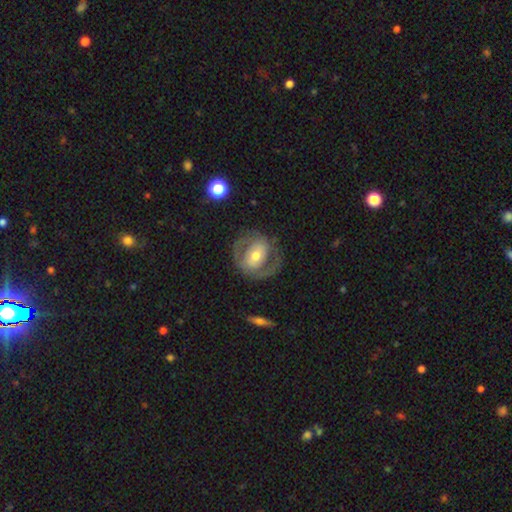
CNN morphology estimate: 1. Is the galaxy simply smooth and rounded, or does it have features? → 71% featured or disk, 23% smooth, 5% star or artifact.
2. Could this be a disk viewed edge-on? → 96% no, 4% yes.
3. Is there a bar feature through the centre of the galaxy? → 44% no, 35% weak, 21% strong.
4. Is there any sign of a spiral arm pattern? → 69% yes, 31% no.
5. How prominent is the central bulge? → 69% moderate, 19% small, 9% large, 1% dominant, 1% none.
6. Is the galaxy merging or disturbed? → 69% none, 16% minor disturbance, 14% major disturbance, 2% merger.